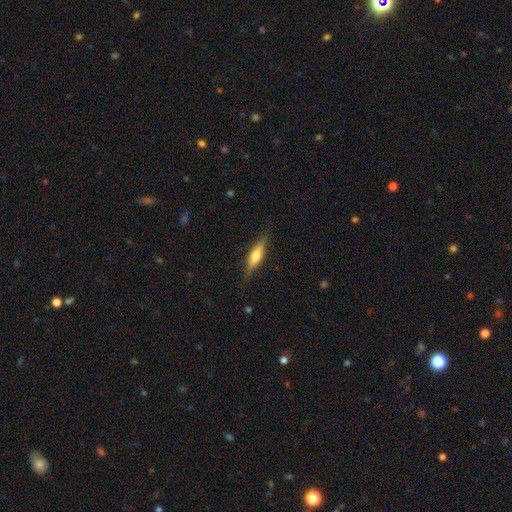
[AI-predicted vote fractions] smooth_or_featured: smooth (p=0.47) [tied with: featured or disk p=0.47]
merging: none (p=0.84) [alt: minor disturbance p=0.12]